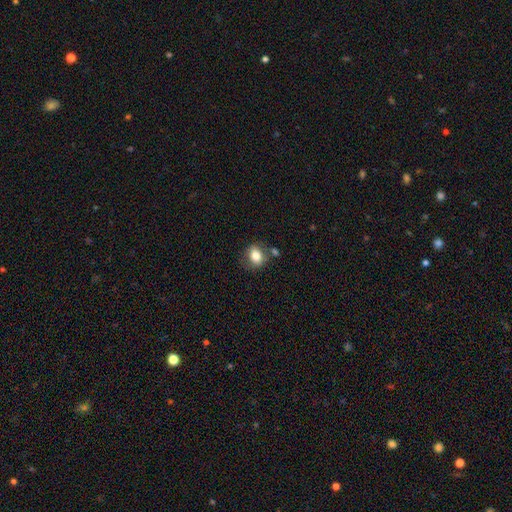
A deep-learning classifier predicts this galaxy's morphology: Smooth or featured? Predicted: smooth (p=0.80). How rounded? Predicted: in between (p=0.53). Merging? Predicted: none (p=0.67).